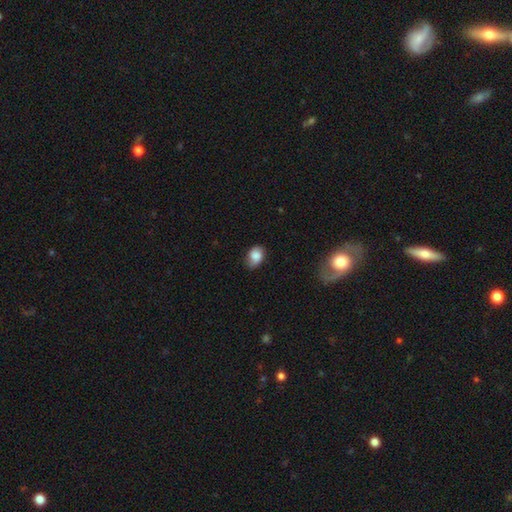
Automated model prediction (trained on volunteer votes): The model was most divided on "merging": none: 70%, minor disturbance: 24%, major disturbance: 5%, merger: 1%. More confident: smooth or featured — smooth (82%); how rounded — in between (73%).